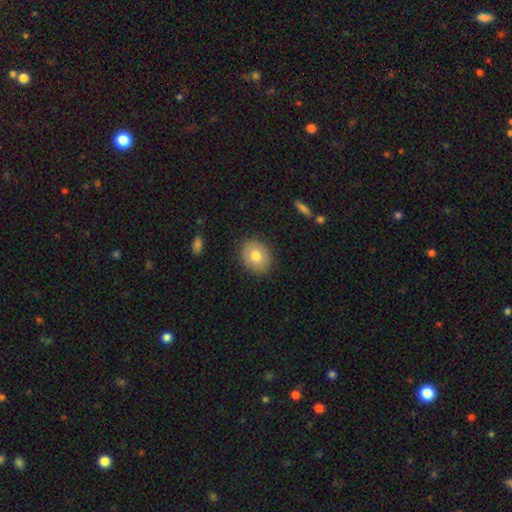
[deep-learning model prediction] The model was most divided on "how rounded": round: 53%, in between: 46%, cigar-shaped: 1%. More confident: merging — none (87%); smooth or featured — smooth (76%).